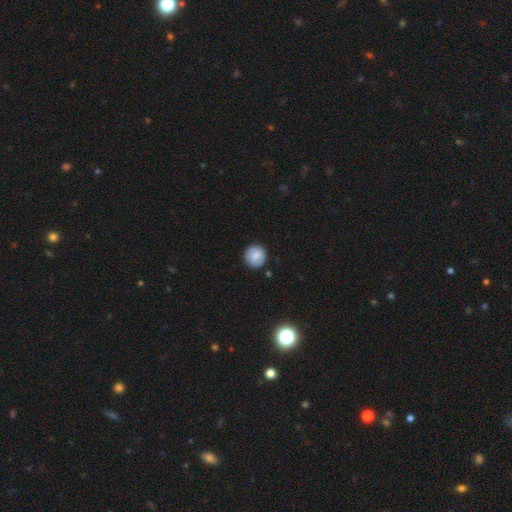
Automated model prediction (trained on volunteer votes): Smooth or featured?
  - smooth: 77% *
  - featured or disk: 15%
  - star or artifact: 8%
How rounded?
  - round: 92% *
  - in between: 7%
  - cigar-shaped: 1%
Merging?
  - none: 87% *
  - minor disturbance: 9%
  - major disturbance: 2%
  - merger: 2%